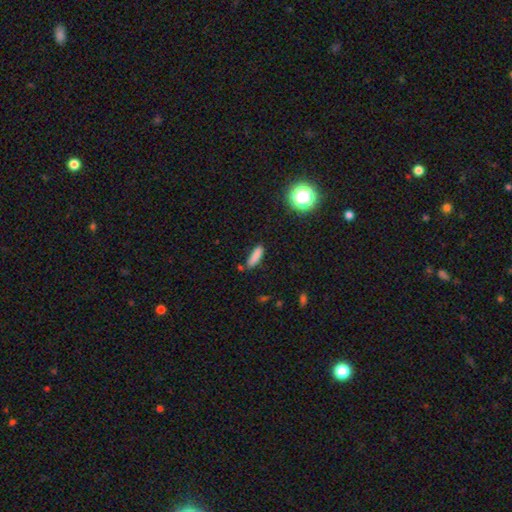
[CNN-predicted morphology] smooth-or-featured: smooth: 83% | star or artifact: 11% | featured or disk: 6%
  how-rounded: cigar-shaped: 59% | in between: 39% | round: 2%
  merging: none: 78% | minor disturbance: 15% | merger: 4% | major disturbance: 3%